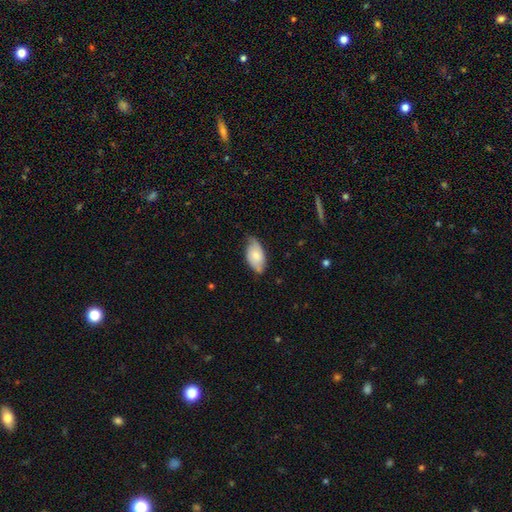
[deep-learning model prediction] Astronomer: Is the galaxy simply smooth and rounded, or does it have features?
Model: smooth — 65%.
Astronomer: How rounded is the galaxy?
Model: in between — 94%.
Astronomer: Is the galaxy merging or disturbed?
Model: none — 56% (runner-up: minor disturbance, 36%).